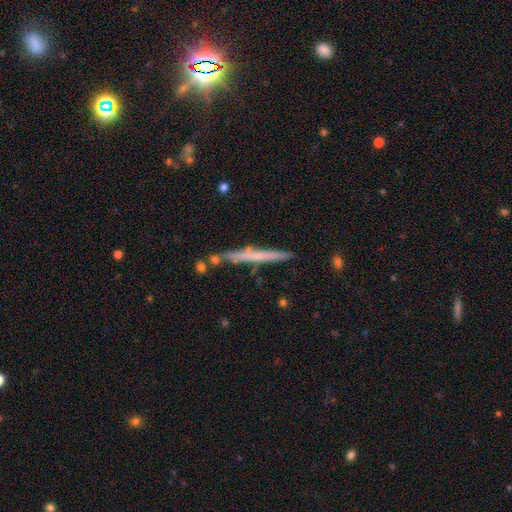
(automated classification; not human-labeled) Smooth or featured?
  - featured or disk: 49% *
  - smooth: 44%
  - star or artifact: 7%
Merging?
  - none: 81% *
  - minor disturbance: 11%
  - merger: 5%
  - major disturbance: 2%